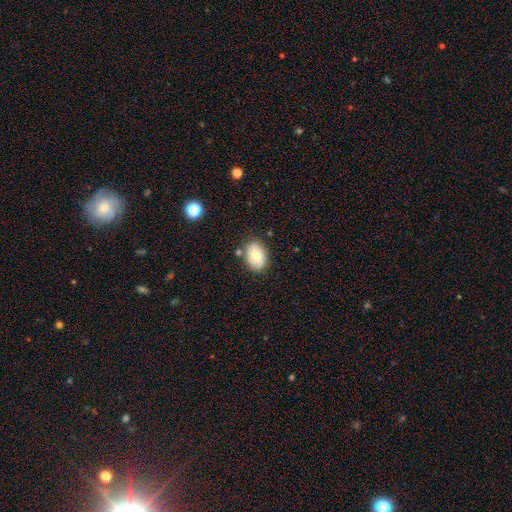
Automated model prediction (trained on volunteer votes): Overall: smooth (63%; featured or disk 29%). How rounded: in between (75%). Merging: none (80%).